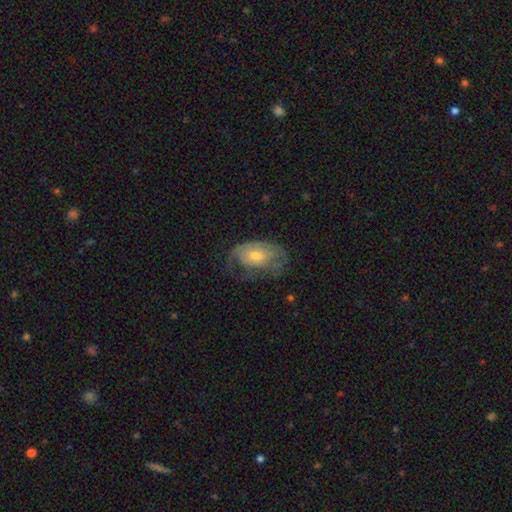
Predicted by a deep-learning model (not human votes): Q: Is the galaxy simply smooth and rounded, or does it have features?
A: featured or disk — 58%.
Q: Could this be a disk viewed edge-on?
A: no — 94%.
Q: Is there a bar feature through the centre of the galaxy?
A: no — 68%.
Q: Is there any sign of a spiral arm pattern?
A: yes — 65%.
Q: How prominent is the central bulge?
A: moderate — 53%.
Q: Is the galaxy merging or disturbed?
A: none — 43%.